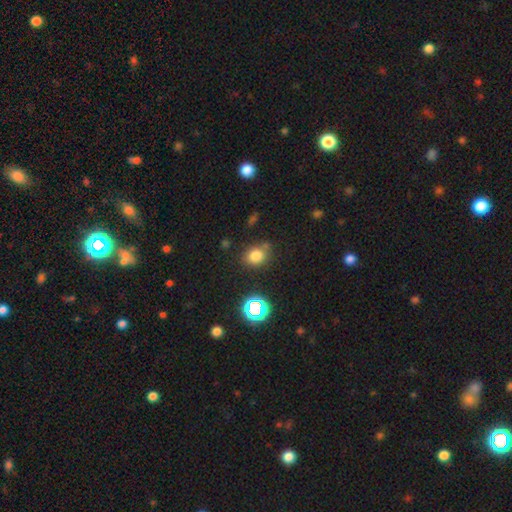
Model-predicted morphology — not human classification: Q: Smooth or featured?
A: smooth (77%); runner-up: star or artifact (16%)
Q: How rounded?
A: round (55%); runner-up: in between (44%)
Q: Merging?
A: none (72%); runner-up: minor disturbance (17%)